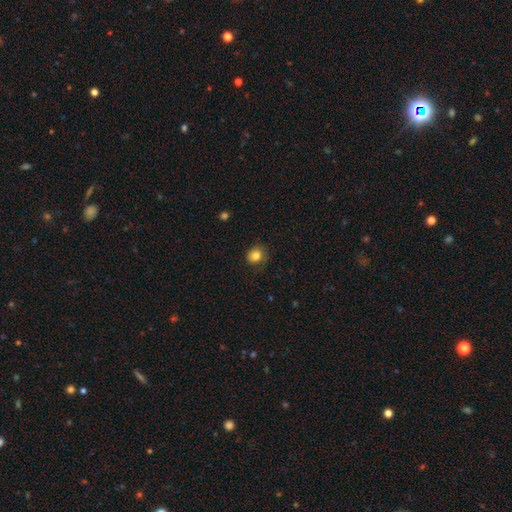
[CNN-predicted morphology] This appears to be a smooth galaxy with no disk features (82%) that is round (72%). Merging: none (77%).